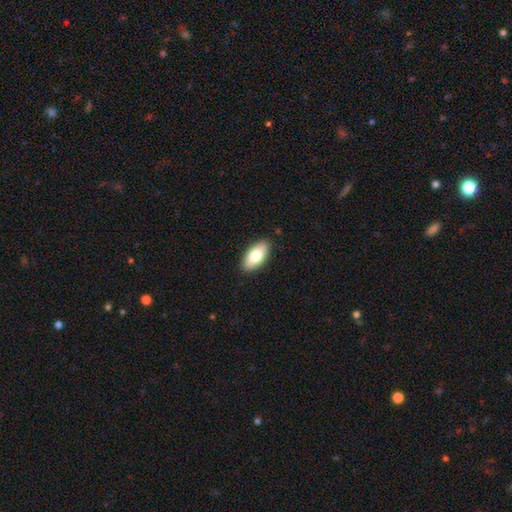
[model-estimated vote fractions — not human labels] Morphology: type=smooth (74%); roundness=in between (89%); merging=none (89%).